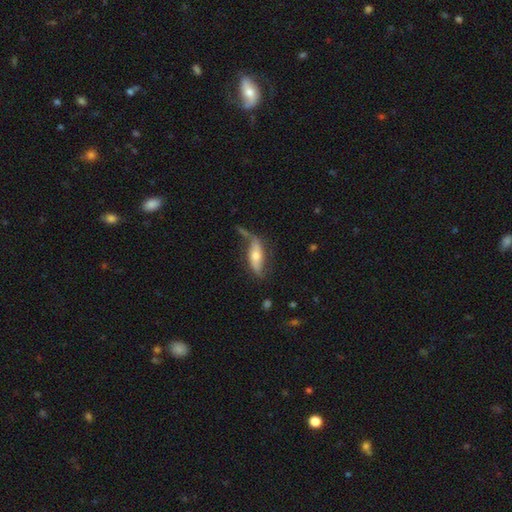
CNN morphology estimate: Smooth or featured?
  - featured or disk: 58% *
  - smooth: 35%
  - star or artifact: 7%
Edge-on disk?
  - no: 68% *
  - yes: 32%
Merging?
  - none: 49% *
  - minor disturbance: 24%
  - major disturbance: 17%
  - merger: 10%